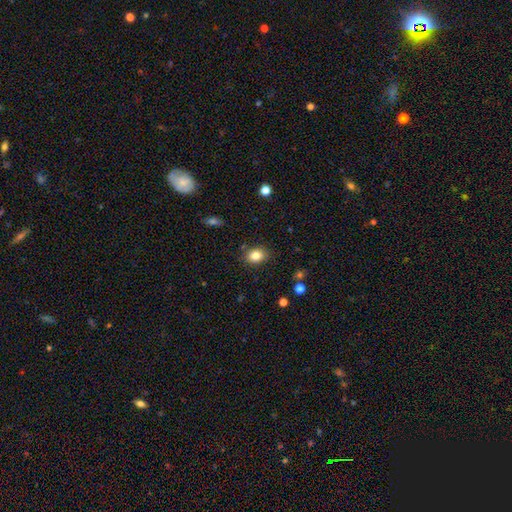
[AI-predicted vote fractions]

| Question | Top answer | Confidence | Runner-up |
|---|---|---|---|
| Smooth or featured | smooth | 83% | star or artifact (10%) |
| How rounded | in between | 63% | round (36%) |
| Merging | none | 85% | minor disturbance (11%) |